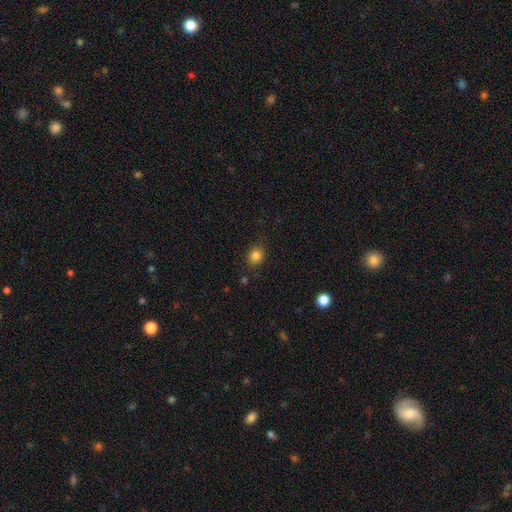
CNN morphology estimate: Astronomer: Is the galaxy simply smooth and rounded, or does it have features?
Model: smooth — 83%.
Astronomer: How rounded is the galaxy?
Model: round — 67%.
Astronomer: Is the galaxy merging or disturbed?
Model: none — 83%.